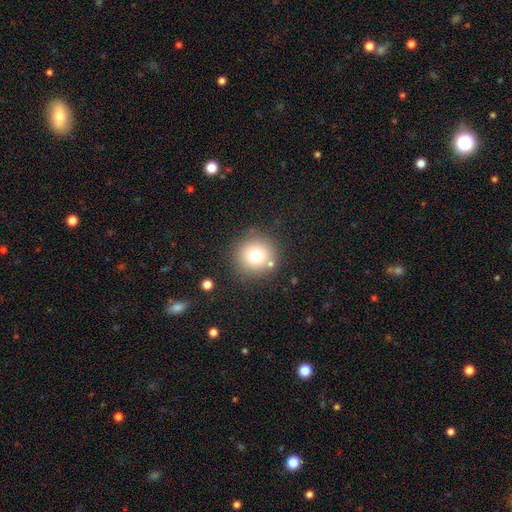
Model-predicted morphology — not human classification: This appears to be a smooth galaxy with no disk features (73%) that is round (94%). Merging: none (82%).